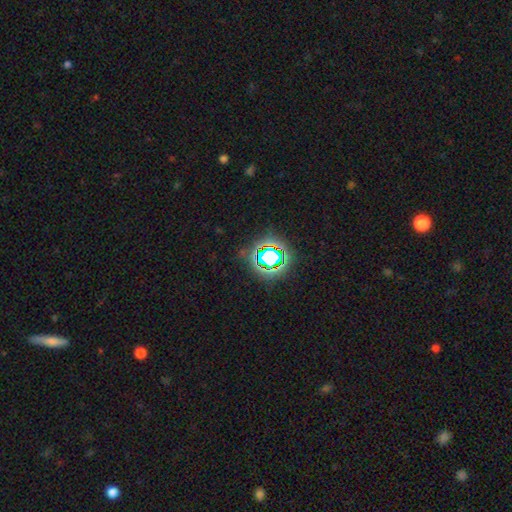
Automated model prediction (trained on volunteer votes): Smooth or featured?
  - star or artifact: 77% *
  - smooth: 17%
  - featured or disk: 7%